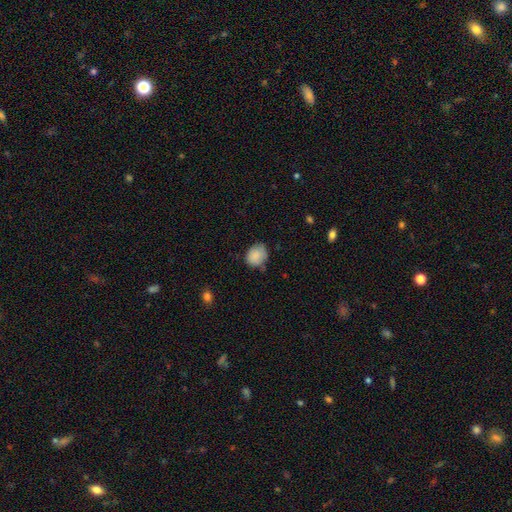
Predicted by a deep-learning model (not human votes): Smooth or featured? smooth (86%)
How rounded? round (57%)
Merging? none (60%)